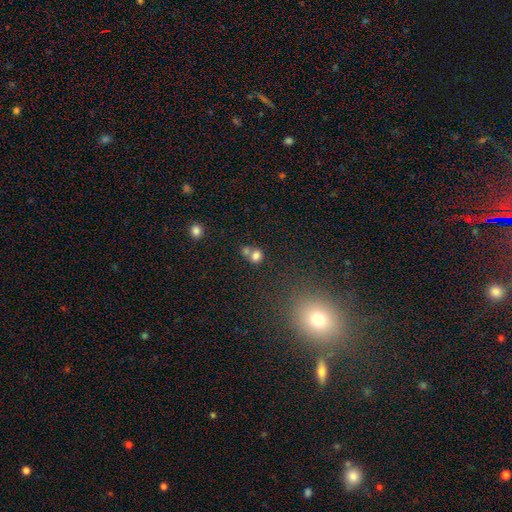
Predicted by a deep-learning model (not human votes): The model was most divided on "merging": merger: 50%, none: 38%, minor disturbance: 8%, major disturbance: 4%. More confident: smooth or featured — smooth (77%); how rounded — round (73%).